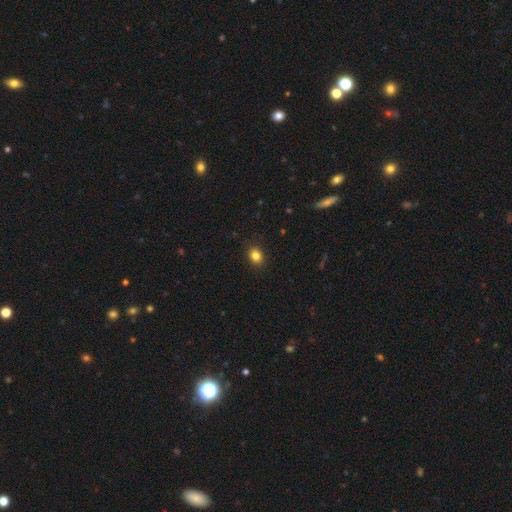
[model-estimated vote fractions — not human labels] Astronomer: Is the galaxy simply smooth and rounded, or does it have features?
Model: smooth — 84%.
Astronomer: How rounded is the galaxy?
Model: round — 58% (runner-up: in between, 41%).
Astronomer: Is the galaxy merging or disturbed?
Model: none — 89%.